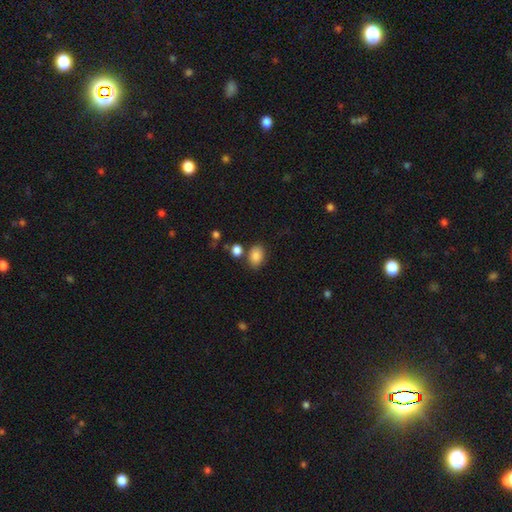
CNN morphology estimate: Q: Smooth or featured?
A: smooth (86%); runner-up: star or artifact (9%)
Q: How rounded?
A: in between (76%); runner-up: round (23%)
Q: Merging?
A: none (73%); runner-up: minor disturbance (13%)